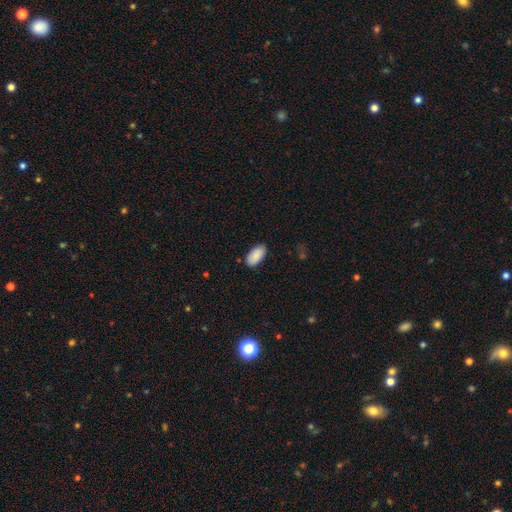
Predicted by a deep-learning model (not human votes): Smooth or featured?
  - smooth: 90% *
  - star or artifact: 6%
  - featured or disk: 4%
How rounded?
  - in between: 95% *
  - cigar-shaped: 3%
  - round: 2%
Merging?
  - none: 85% *
  - minor disturbance: 11%
  - major disturbance: 2%
  - merger: 1%